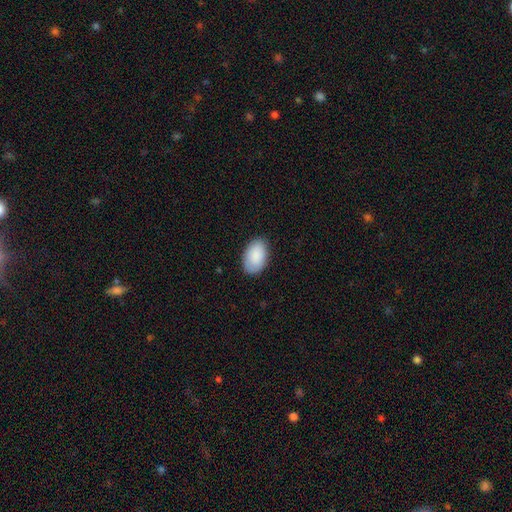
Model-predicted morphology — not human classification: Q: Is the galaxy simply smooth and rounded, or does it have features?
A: smooth — 89%.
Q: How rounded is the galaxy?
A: in between — 93%.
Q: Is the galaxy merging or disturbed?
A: none — 85%.